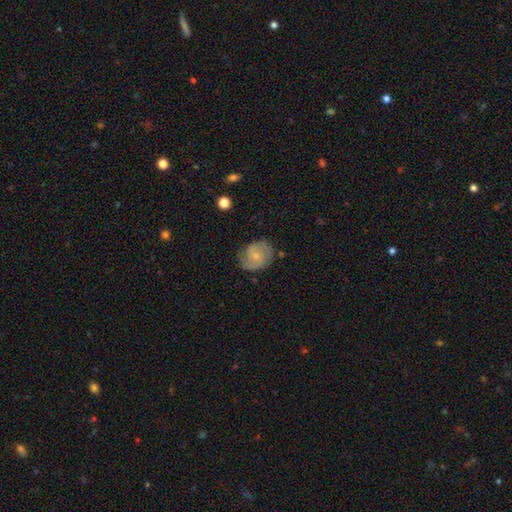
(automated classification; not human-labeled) Q: Smooth or featured?
A: featured or disk (73%); runner-up: smooth (21%)
Q: Edge-on disk?
A: no (98%); runner-up: yes (2%)
Q: Bar?
A: no (60%); runner-up: weak (35%)
Q: Spiral arms?
A: yes (93%); runner-up: no (7%)
Q: Spiral winding?
A: medium (48%); runner-up: tight (35%)
Q: Spiral arm count?
A: 2 (77%); runner-up: can't tell (10%)
Q: Bulge size?
A: small (69%); runner-up: moderate (23%)
Q: Merging?
A: none (74%); runner-up: minor disturbance (18%)